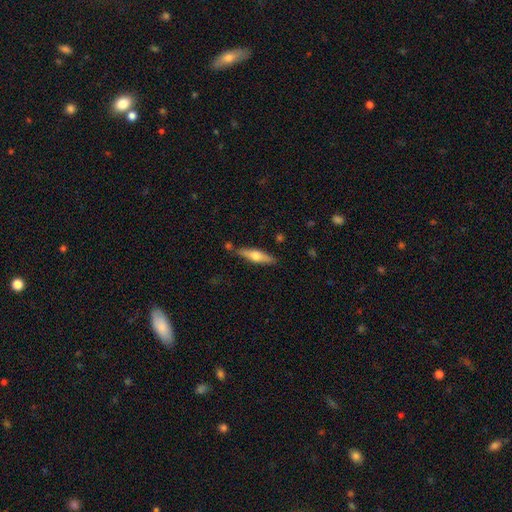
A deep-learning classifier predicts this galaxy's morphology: A featured or disk galaxy (48%).

Vote fractions:
- Smooth or featured? featured or disk: 48% / smooth: 46% / star or artifact: 6%
- Merging? none: 82% / minor disturbance: 12% / merger: 4% / major disturbance: 2%